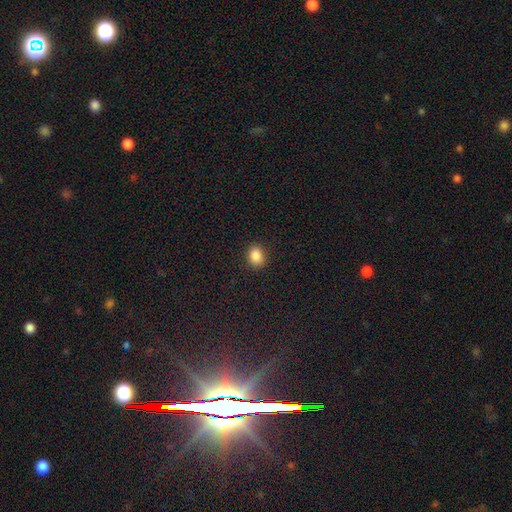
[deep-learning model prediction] Smooth or featured? smooth (87%)
How rounded? in between (56%)
Merging? none (88%)